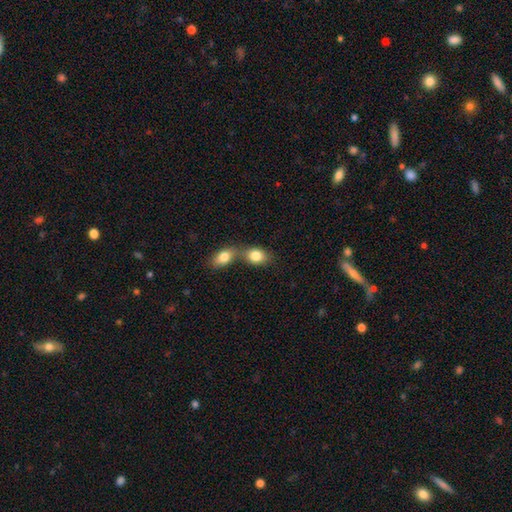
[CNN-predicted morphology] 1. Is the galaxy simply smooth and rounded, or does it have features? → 84% smooth, 9% featured or disk, 7% star or artifact.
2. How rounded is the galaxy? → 65% in between, 33% round, 2% cigar-shaped.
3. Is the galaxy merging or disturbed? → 65% merger, 26% none, 6% minor disturbance, 3% major disturbance.